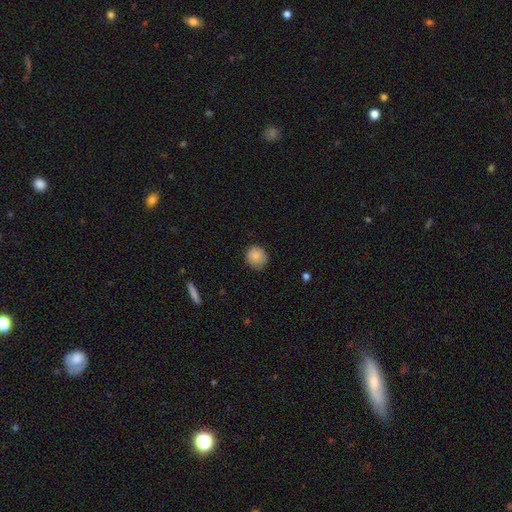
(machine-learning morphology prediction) smooth 85%, star or artifact 8%, featured or disk 7%. Down the decision tree: how rounded — round (89%); merging — none (80%).